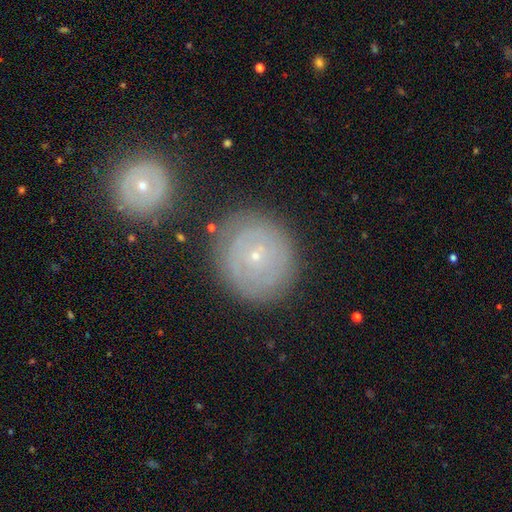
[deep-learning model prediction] A featured or disk galaxy (59%) with no bar (81%), spiral arms (70%) and a small central bulge (85%). Merging: none (80%).